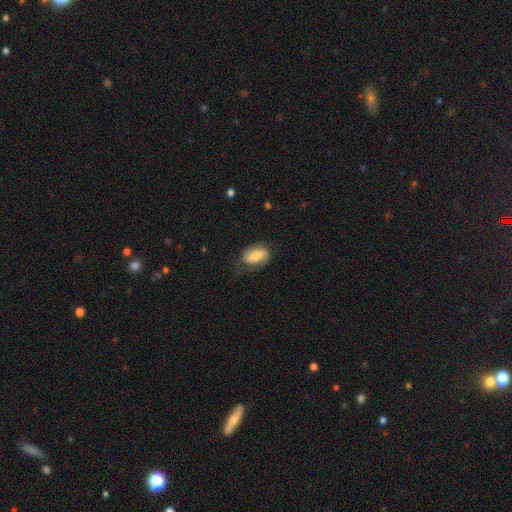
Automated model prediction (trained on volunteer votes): Smooth or featured? Predicted: smooth (p=0.61). How rounded? Predicted: in between (p=0.90). Merging? Predicted: none (p=0.56).